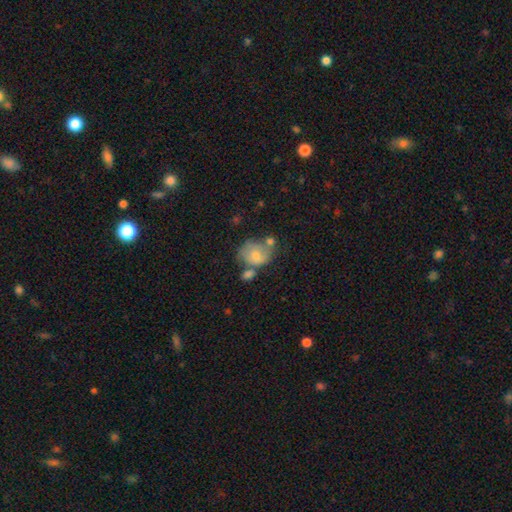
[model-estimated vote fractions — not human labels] This is possibly a smooth galaxy (59%). How rounded: possibly round (54%). Merging: marginally merger (33%).